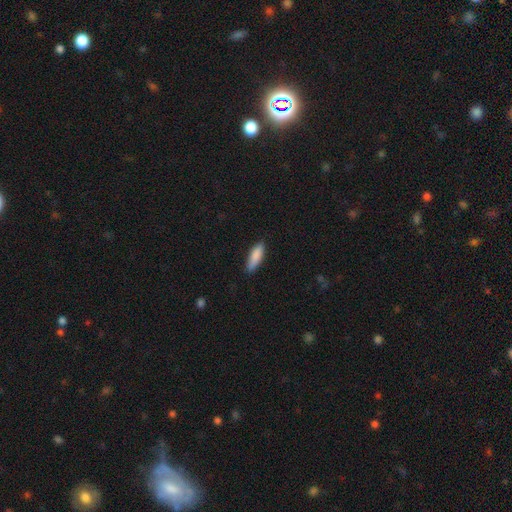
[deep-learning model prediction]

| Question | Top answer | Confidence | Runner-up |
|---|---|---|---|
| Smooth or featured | smooth | 87% | featured or disk (7%) |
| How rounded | in between | 50% | cigar-shaped (49%) |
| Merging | none | 84% | minor disturbance (13%) |